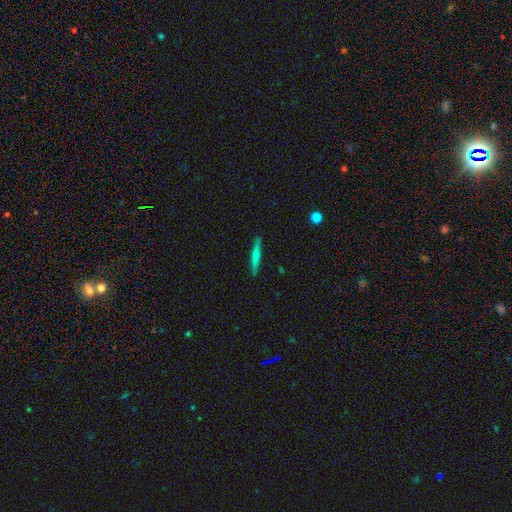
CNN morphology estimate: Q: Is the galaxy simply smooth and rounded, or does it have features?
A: featured or disk — 53%.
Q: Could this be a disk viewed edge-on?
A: yes — 97%.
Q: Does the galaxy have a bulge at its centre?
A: rounded — 72%.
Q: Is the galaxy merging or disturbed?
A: none — 91%.